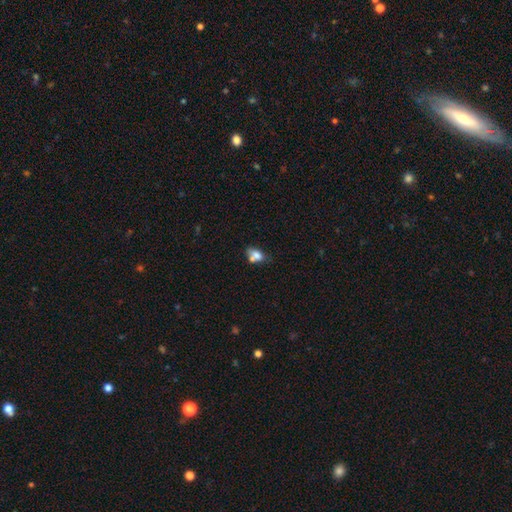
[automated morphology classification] type=smooth (70%); roundness=in between (78%); merging=merger (40%).